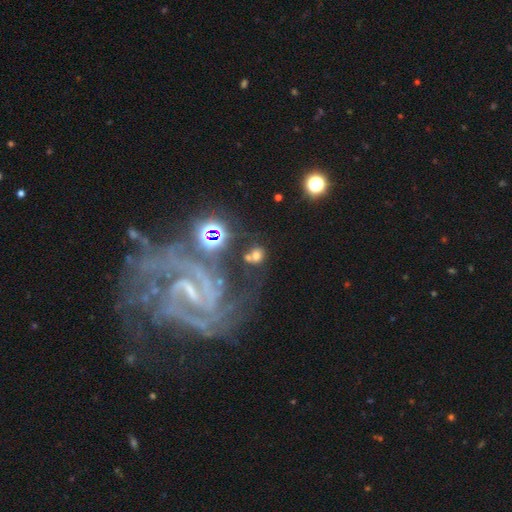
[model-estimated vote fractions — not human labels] A smooth galaxy with no disk features (50%).

Vote fractions:
- Smooth or featured? smooth: 50% / star or artifact: 26% / featured or disk: 24%
- Merging? none: 58% / merger: 17% / minor disturbance: 14% / major disturbance: 11%